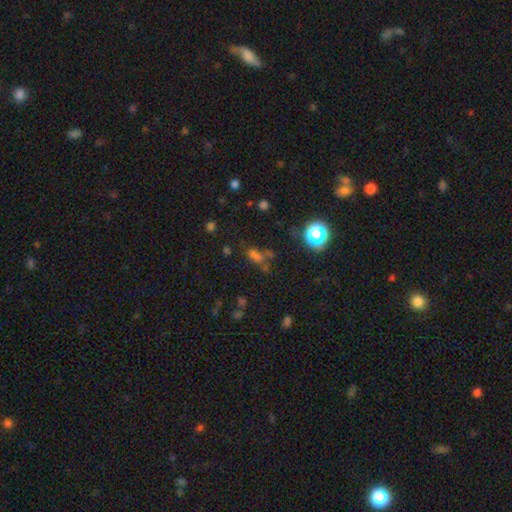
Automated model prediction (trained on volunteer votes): This appears to be a smooth galaxy with no disk features (50%) that is in between round and cigar-shaped (56%). Merging: none (56%).